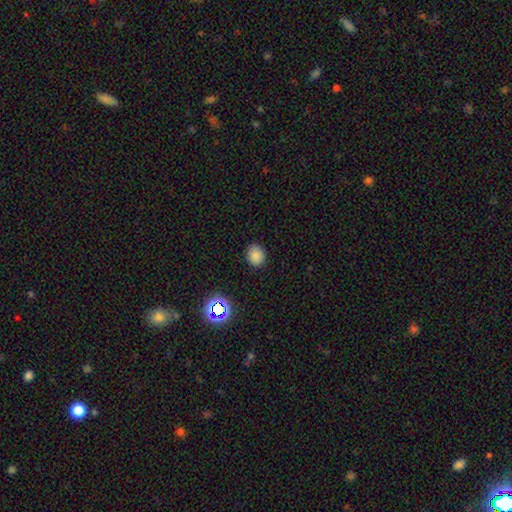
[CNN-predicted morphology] This appears to be a smooth galaxy with no disk features (81%) that is round (60%). Merging: none (86%).